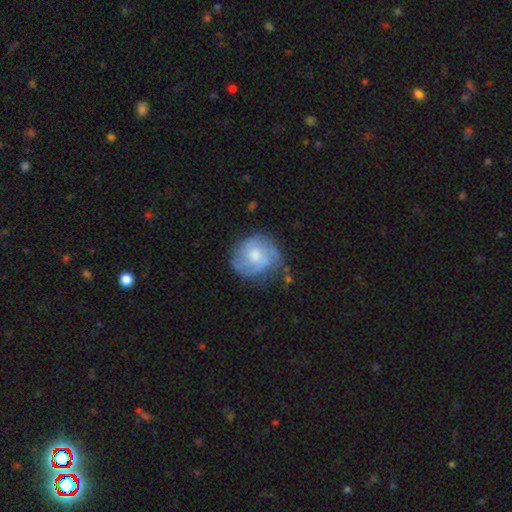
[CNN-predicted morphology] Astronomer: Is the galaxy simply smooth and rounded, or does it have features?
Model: featured or disk — 57% (runner-up: smooth, 37%).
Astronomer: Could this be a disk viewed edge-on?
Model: no — 98%.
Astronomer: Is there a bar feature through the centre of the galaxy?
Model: no — 77%.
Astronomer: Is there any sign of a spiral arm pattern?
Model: yes — 71%.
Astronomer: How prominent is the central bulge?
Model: moderate — 60%.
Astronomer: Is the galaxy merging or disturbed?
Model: none — 61%.